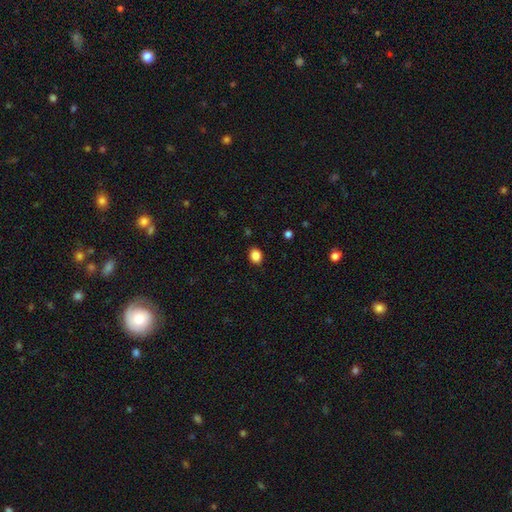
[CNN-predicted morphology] The model was most divided on "how rounded": round: 50%, in between: 49%, cigar-shaped: 1%. More confident: merging — none (88%); smooth or featured — smooth (87%).